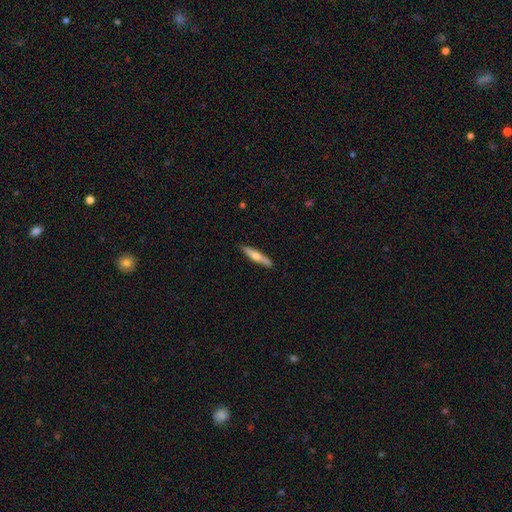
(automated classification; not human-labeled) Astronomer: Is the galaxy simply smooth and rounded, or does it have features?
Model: smooth — 51% (runner-up: featured or disk, 43%).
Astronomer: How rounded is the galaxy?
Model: cigar-shaped — 88%.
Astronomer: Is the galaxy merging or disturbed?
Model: none — 87%.